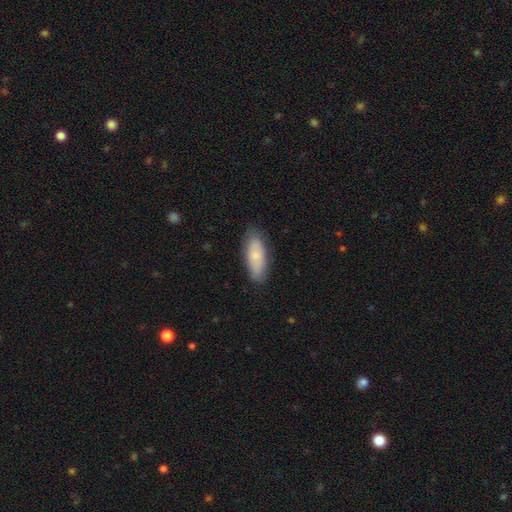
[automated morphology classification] A smooth galaxy with no disk features (75%) that is in between round and cigar-shaped (71%).

Vote fractions:
- Smooth or featured? smooth: 75% / featured or disk: 19% / star or artifact: 6%
- How rounded? in between: 71% / cigar-shaped: 26% / round: 2%
- Merging? none: 81% / minor disturbance: 15% / major disturbance: 3% / merger: 1%